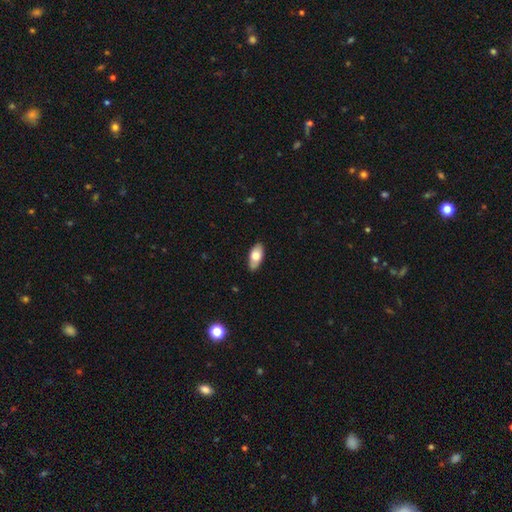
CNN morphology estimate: smooth_or_featured: smooth (p=0.72) [alt: featured or disk p=0.22]
how_rounded: in between (p=0.90) [alt: cigar-shaped p=0.08]
merging: none (p=0.81) [alt: minor disturbance p=0.15]